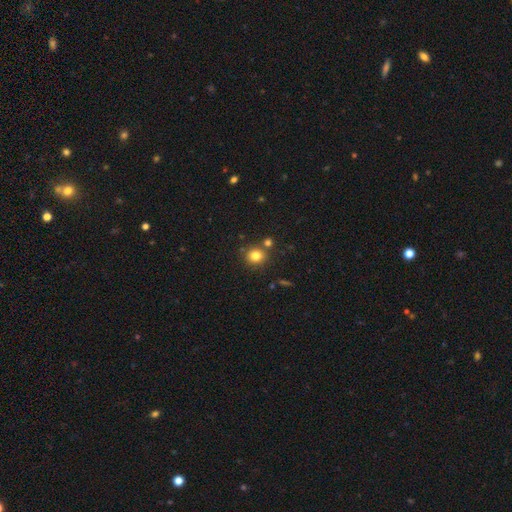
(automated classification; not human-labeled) smooth-or-featured: smooth: 81% | star or artifact: 13% | featured or disk: 7%
  how-rounded: round: 84% | in between: 15% | cigar-shaped: 1%
  merging: none: 78% | merger: 11% | minor disturbance: 9% | major disturbance: 3%